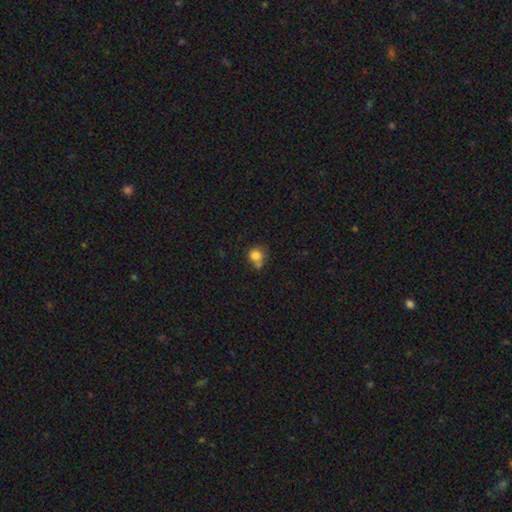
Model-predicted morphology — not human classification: This is clearly a smooth galaxy (80%). How rounded: likely round (78%). Merging: possibly none (45%).